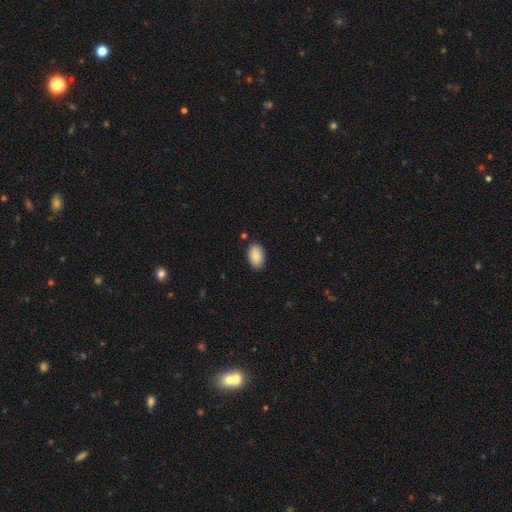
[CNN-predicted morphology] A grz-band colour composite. It shows a smooth galaxy with no disk features (89%) that is in between round and cigar-shaped (92%). Merging: none (86%).